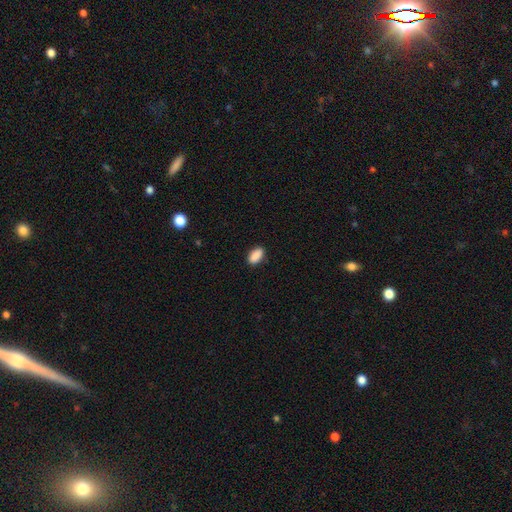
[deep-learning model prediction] Smooth or featured? smooth (89%)
How rounded? in between (91%)
Merging? none (87%)